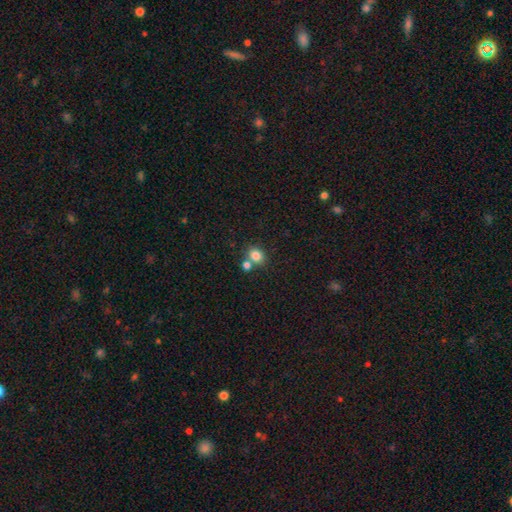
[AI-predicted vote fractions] Q: Smooth or featured?
A: smooth (82%); runner-up: star or artifact (11%)
Q: How rounded?
A: round (56%); runner-up: in between (43%)
Q: Merging?
A: none (59%); runner-up: merger (30%)